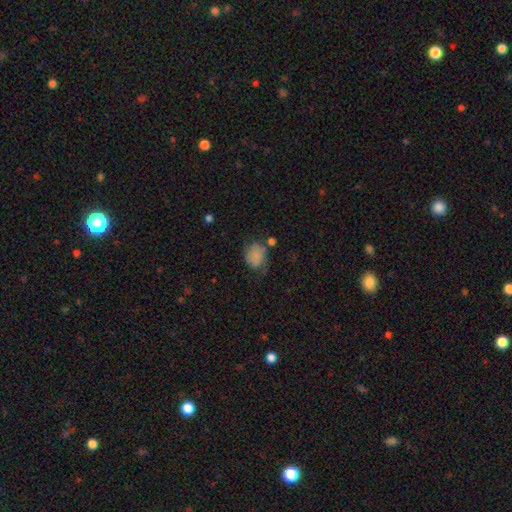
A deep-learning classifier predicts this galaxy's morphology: type=smooth (79%); roundness=in between (54%); merging=none (51%).